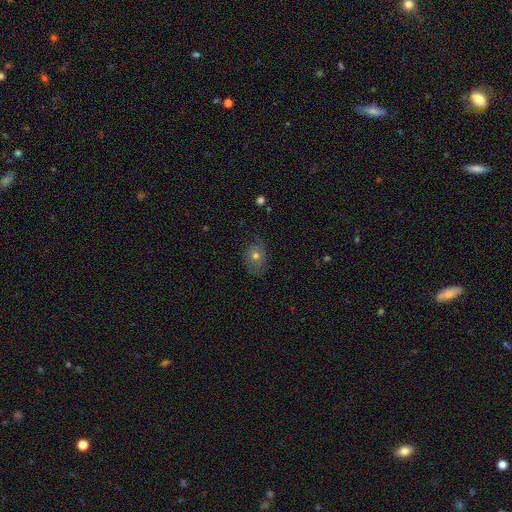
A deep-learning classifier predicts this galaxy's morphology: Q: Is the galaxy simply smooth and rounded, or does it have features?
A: smooth — 54%.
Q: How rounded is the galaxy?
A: in between — 57%.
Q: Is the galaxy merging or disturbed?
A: none — 68%.